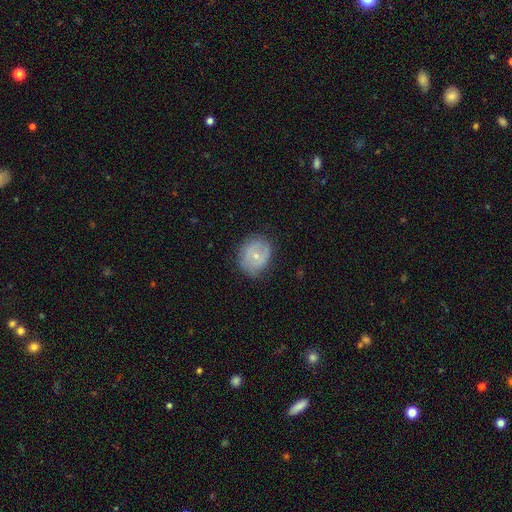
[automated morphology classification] smooth 52%, featured or disk 41%, star or artifact 7%. Down the decision tree: how rounded — round (63%); merging — none (69%).